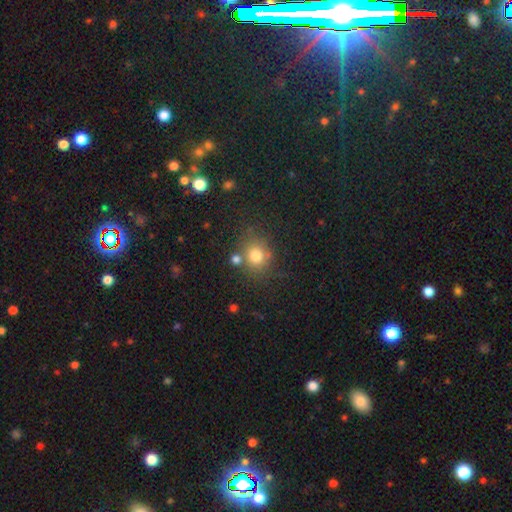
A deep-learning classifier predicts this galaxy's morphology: Q: Smooth or featured?
A: smooth (76%); runner-up: star or artifact (15%)
Q: How rounded?
A: round (78%); runner-up: in between (21%)
Q: Merging?
A: none (68%); runner-up: merger (14%)